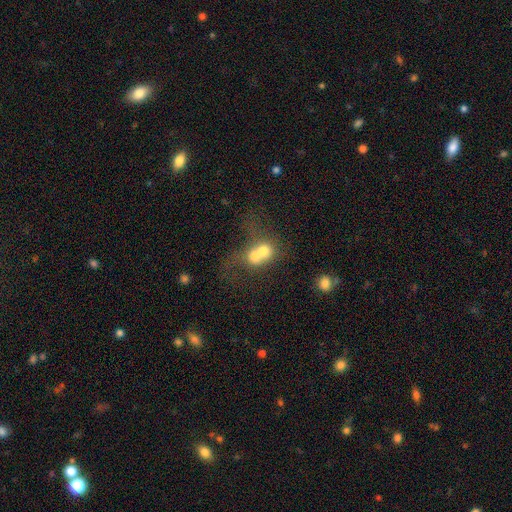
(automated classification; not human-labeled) A smooth galaxy with no disk features (64%) that is round (68%).

Vote fractions:
- Smooth or featured? smooth: 64% / featured or disk: 25% / star or artifact: 11%
- How rounded? round: 68% / in between: 31% / cigar-shaped: 1%
- Merging? merger: 73% / none: 16% / major disturbance: 5% / minor disturbance: 5%